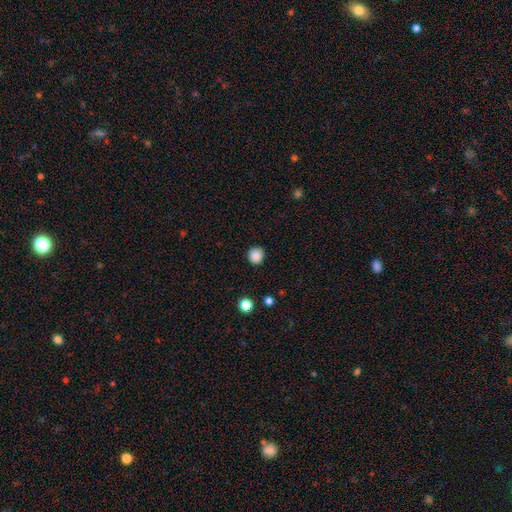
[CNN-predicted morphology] This appears to be a smooth galaxy with no disk features (87%) that is round (93%). Merging: none (90%).